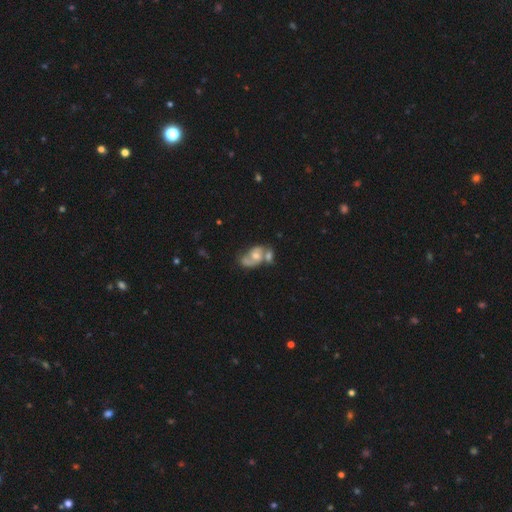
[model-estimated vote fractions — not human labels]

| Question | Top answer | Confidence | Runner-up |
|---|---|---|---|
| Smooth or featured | featured or disk | 63% | smooth (28%) |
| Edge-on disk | no | 96% | yes (4%) |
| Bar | no | 73% | weak (22%) |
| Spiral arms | yes | 74% | no (26%) |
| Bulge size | moderate | 64% | small (25%) |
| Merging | merger | 51% | none (25%) |